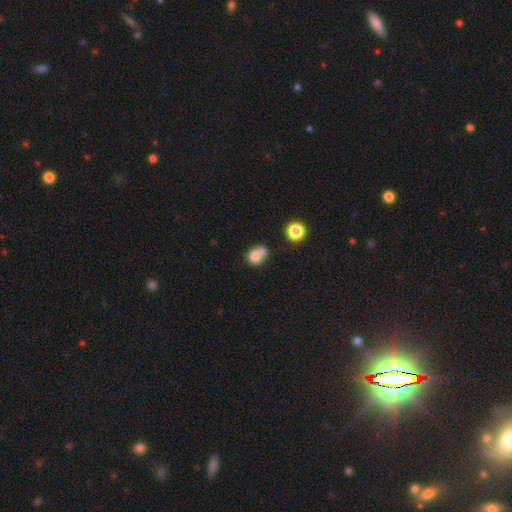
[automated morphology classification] Smooth or featured: smooth — 75% (featured or disk — 13%)
How rounded: round — 75% (in between — 24%)
Merging: merger — 50% (none — 37%)